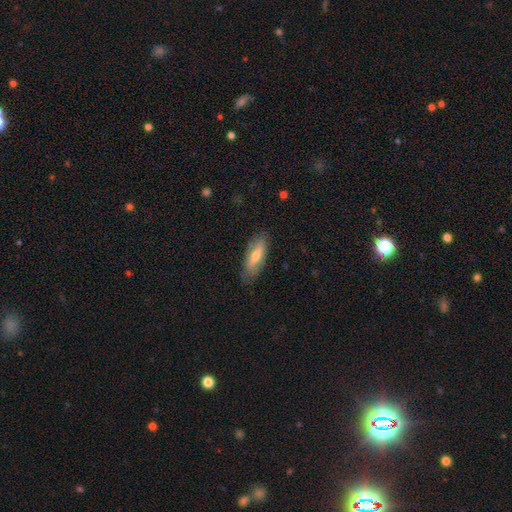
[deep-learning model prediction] Overall: featured or disk (48%; smooth 46%). Merging: none (81%).